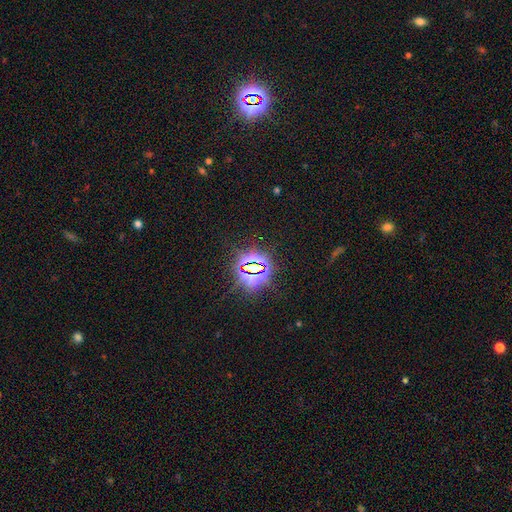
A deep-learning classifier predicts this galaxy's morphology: type=star or artifact (83%).